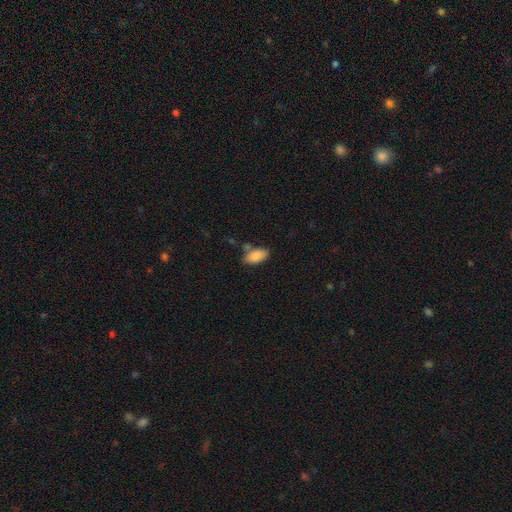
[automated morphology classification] smooth 87%, star or artifact 7%, featured or disk 6%. Down the decision tree: how rounded — in between (93%); merging — none (65%).